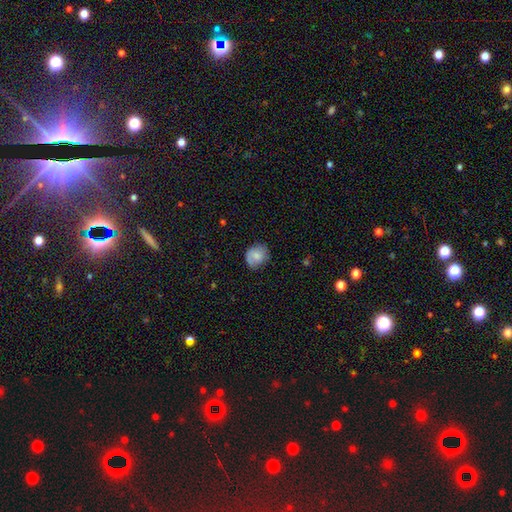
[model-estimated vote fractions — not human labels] This appears to be a smooth galaxy with no disk features (71%) that is round (66%). Merging: none (67%).